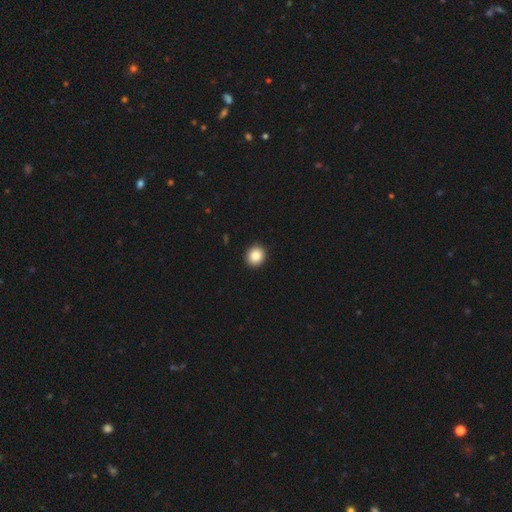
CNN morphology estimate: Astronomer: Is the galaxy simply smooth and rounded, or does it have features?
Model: smooth — 86%.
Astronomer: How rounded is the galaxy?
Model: round — 85%.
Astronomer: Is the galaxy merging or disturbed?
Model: none — 93%.